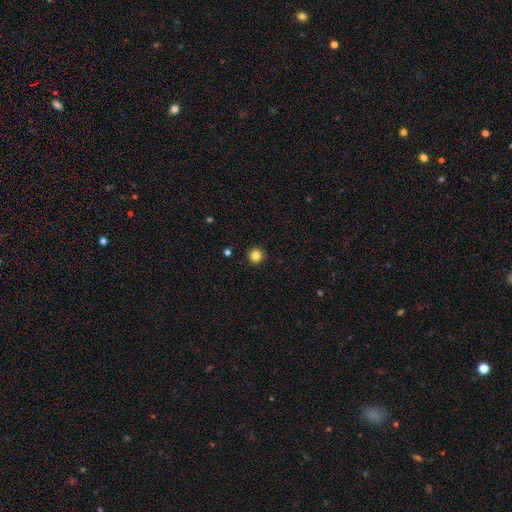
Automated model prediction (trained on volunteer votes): Morphology: type=smooth (83%); roundness=round (96%); merging=none (93%).